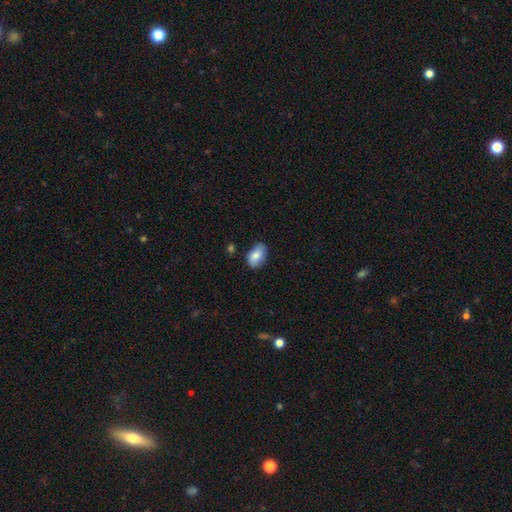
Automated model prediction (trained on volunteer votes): This appears to be a smooth galaxy with no disk features (77%) that is in between round and cigar-shaped (90%). Merging: none (69%).